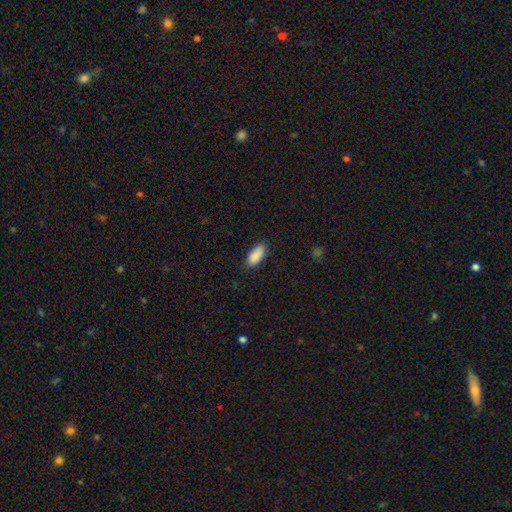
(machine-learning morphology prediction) smooth-or-featured: smooth: 90% | star or artifact: 6% | featured or disk: 3%
  how-rounded: in between: 86% | cigar-shaped: 12% | round: 2%
  merging: none: 86% | minor disturbance: 11% | major disturbance: 2% | merger: 1%